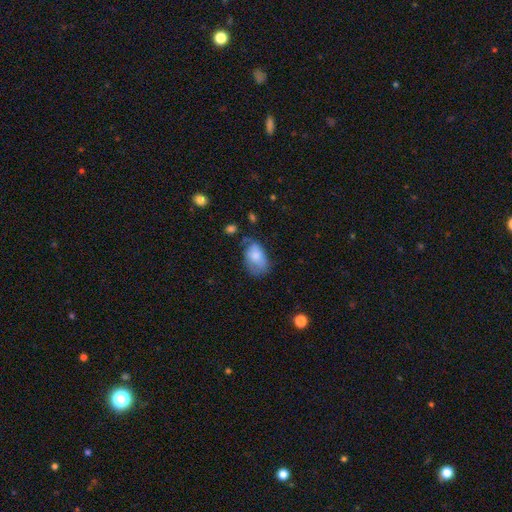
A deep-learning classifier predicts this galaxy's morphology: The model was most divided on "merging": none: 42%, minor disturbance: 37%, major disturbance: 17%, merger: 4%. More confident: how rounded — in between (89%); smooth or featured — smooth (73%).